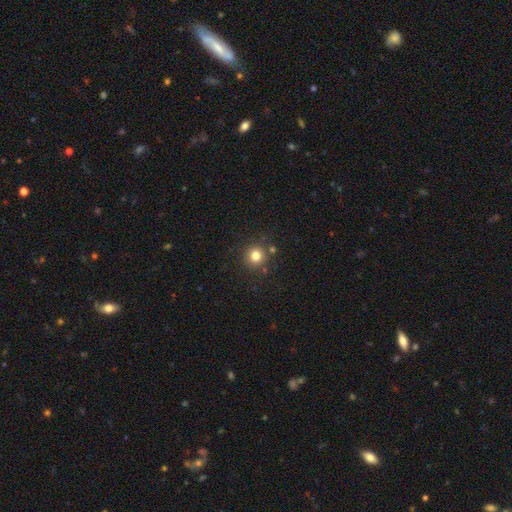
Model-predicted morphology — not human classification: A smooth galaxy with no disk features (80%) that is round (93%). Merging: none (84%).